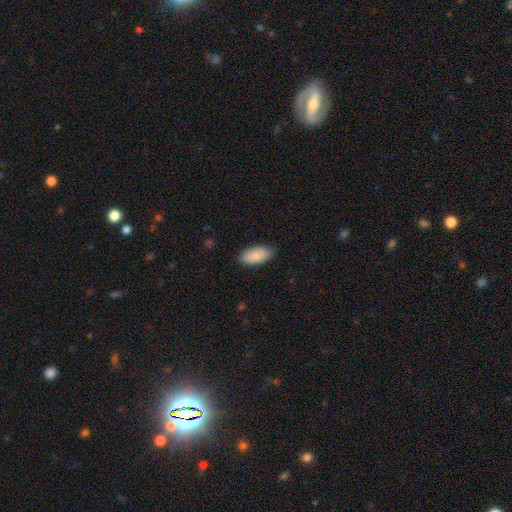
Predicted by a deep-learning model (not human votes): This is clearly a smooth galaxy (87%). How rounded: clearly in between (92%). Merging: clearly none (84%).